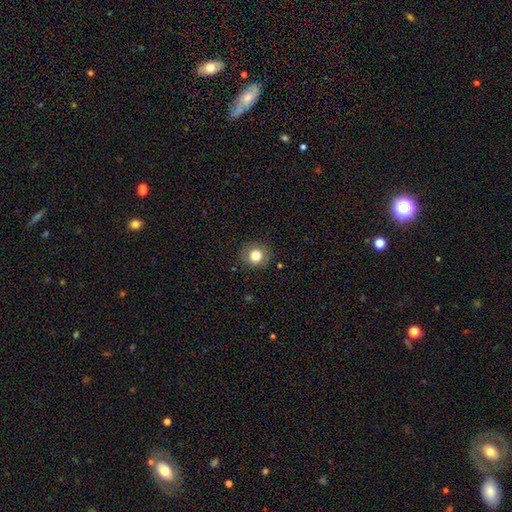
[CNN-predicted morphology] This is likely a smooth galaxy (79%). How rounded: clearly round (86%). Merging: clearly none (86%).